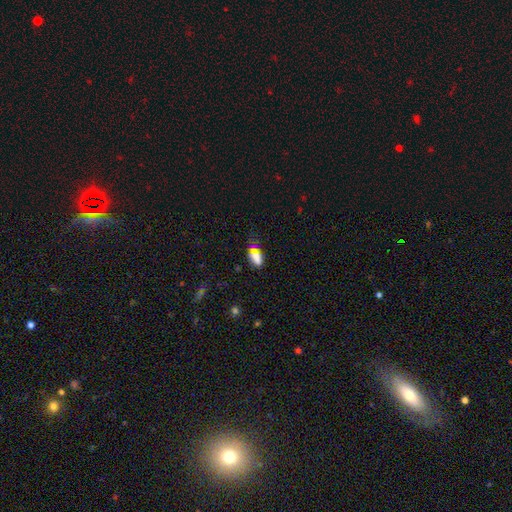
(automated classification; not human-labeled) This appears to be a smooth galaxy with no disk features (63%) that is in between round and cigar-shaped (75%). Merging: none (53%).